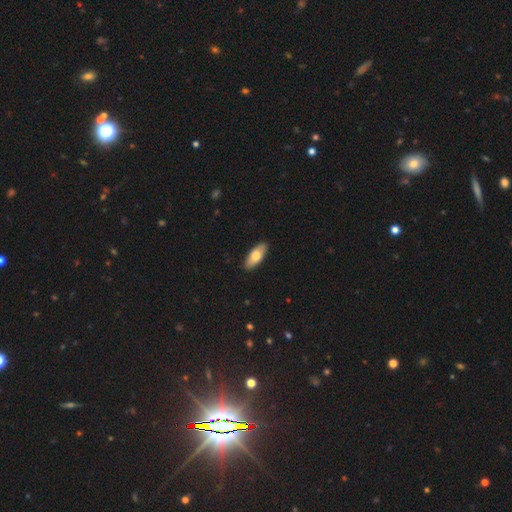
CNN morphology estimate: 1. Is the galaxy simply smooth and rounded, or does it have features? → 72% smooth, 23% featured or disk, 5% star or artifact.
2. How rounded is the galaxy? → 80% in between, 18% cigar-shaped, 2% round.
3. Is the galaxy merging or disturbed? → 90% none, 8% minor disturbance, 2% major disturbance, 1% merger.